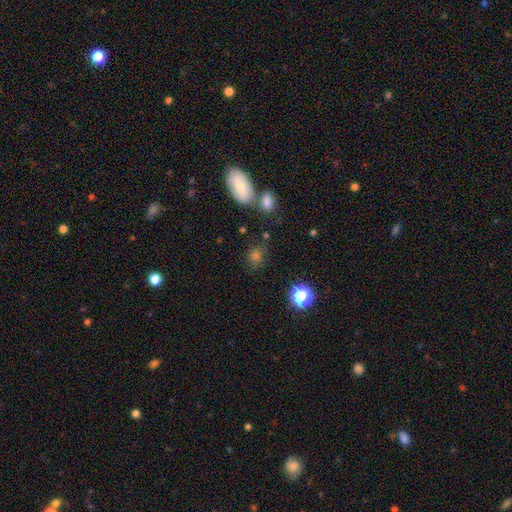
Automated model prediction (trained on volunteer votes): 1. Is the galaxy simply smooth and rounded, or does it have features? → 70% smooth, 20% star or artifact, 11% featured or disk.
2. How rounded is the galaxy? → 55% round, 42% in between, 2% cigar-shaped.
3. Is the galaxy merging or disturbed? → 66% none, 16% minor disturbance, 12% merger, 6% major disturbance.